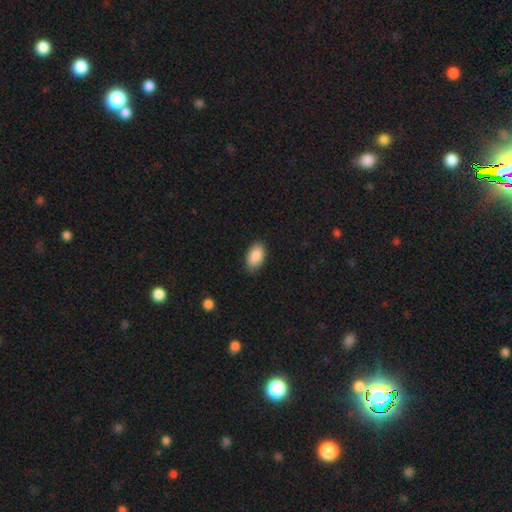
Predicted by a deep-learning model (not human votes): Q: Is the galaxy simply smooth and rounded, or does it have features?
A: smooth — 88%.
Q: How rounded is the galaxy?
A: in between — 93%.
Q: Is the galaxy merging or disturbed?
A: none — 85%.